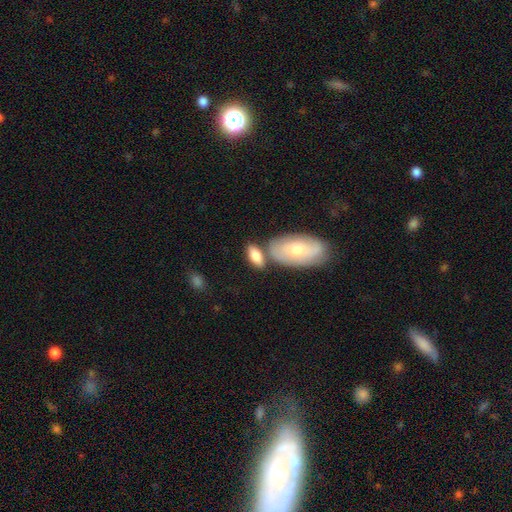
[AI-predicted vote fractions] Smooth or featured?
  - smooth: 77% *
  - featured or disk: 18%
  - star or artifact: 6%
How rounded?
  - in between: 88% *
  - cigar-shaped: 9%
  - round: 4%
Merging?
  - none: 54% *
  - merger: 25%
  - minor disturbance: 16%
  - major disturbance: 5%